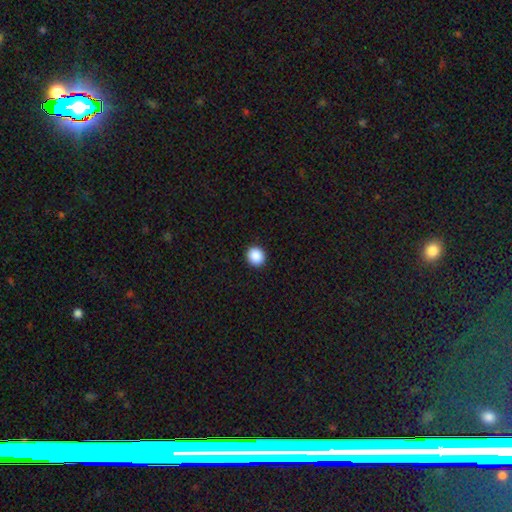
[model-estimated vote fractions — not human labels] smooth-or-featured: smooth: 89% | star or artifact: 9% | featured or disk: 2%
  how-rounded: round: 88% | in between: 11% | cigar-shaped: 1%
  merging: none: 93% | minor disturbance: 5% | major disturbance: 2% | merger: 1%